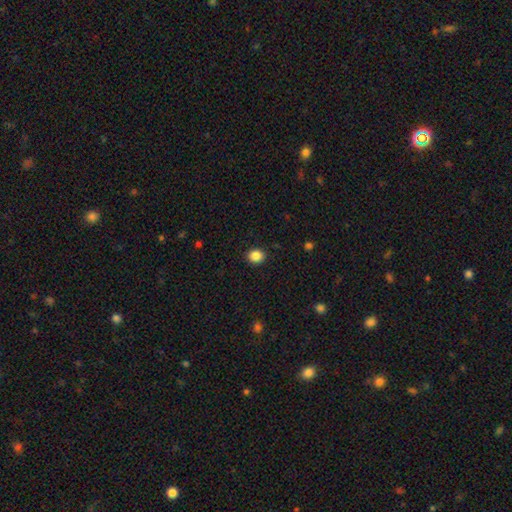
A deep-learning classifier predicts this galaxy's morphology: Overall: smooth (87%). How rounded: round (72%). Merging: none (91%).